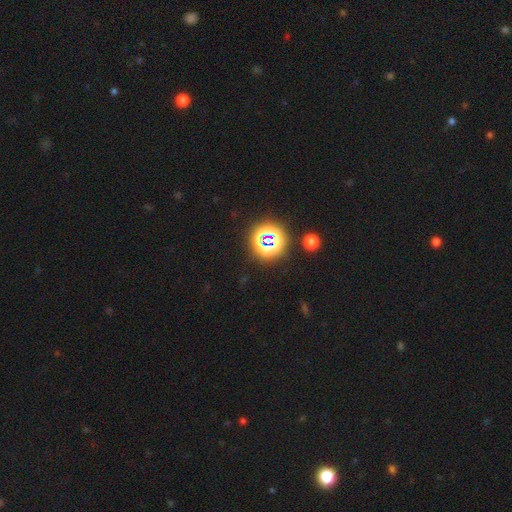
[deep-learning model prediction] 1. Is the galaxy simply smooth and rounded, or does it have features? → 77% star or artifact, 17% smooth, 6% featured or disk.